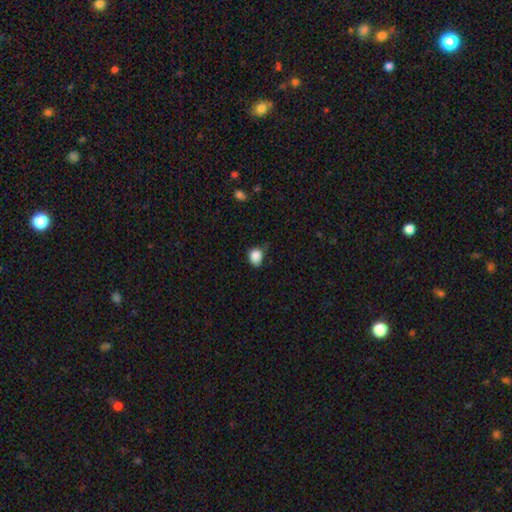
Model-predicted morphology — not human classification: Smooth or featured? Predicted: smooth (p=0.87). How rounded? Predicted: round (p=0.57). Merging? Predicted: none (p=0.53).